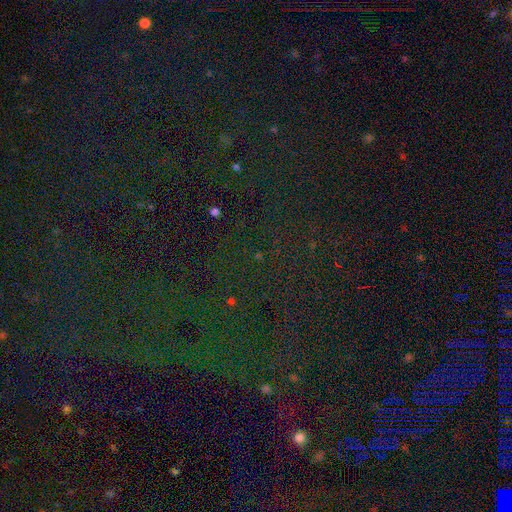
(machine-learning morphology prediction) Smooth or featured? Predicted: star or artifact (p=0.82).